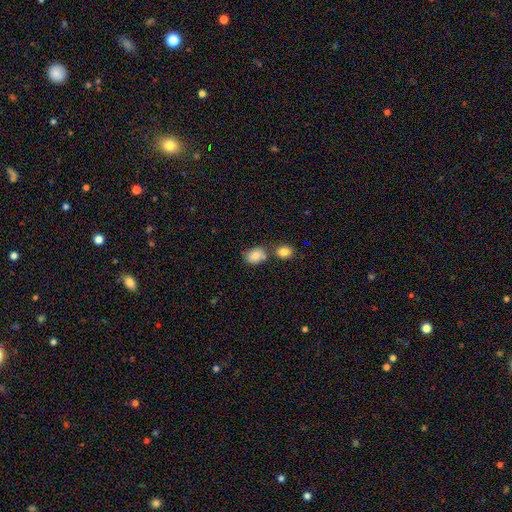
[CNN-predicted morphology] type=smooth (83%); roundness=in between (68%); merging=none (57%).